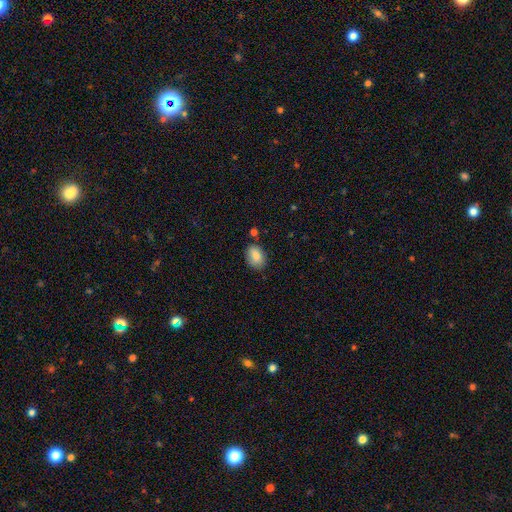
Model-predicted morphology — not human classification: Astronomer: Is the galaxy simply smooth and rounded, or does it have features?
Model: smooth — 85%.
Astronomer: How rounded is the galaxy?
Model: in between — 78%.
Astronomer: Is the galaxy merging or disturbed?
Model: none — 77%.